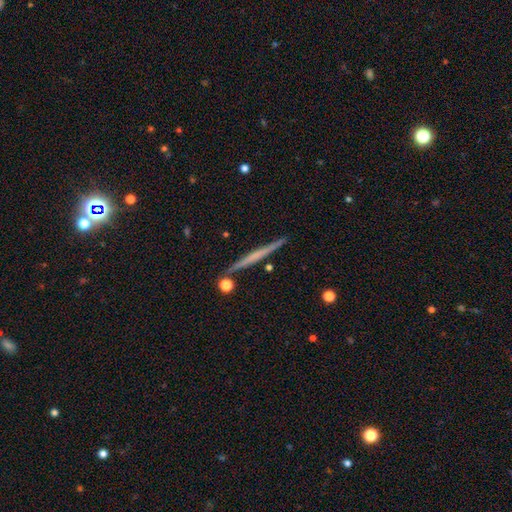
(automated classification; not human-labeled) Smooth or featured? Predicted: featured or disk (p=0.57). Edge-on disk? Predicted: yes (p=0.98). Edge-on bulge? Predicted: none (p=0.83). Merging? Predicted: none (p=0.90).